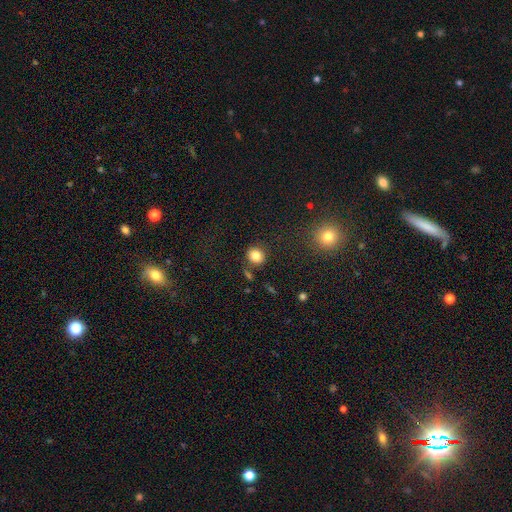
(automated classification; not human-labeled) This appears to be a smooth galaxy with no disk features (83%) that is round (82%). Merging: none (83%).